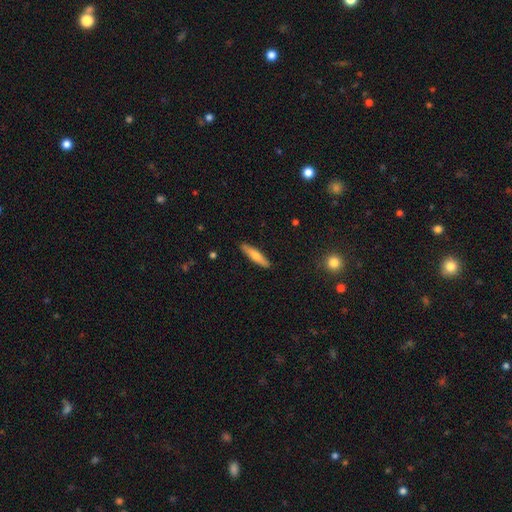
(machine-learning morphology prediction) Smooth or featured: smooth — 63% (featured or disk — 31%)
How rounded: cigar-shaped — 85% (in between — 14%)
Merging: none — 90% (minor disturbance — 7%)